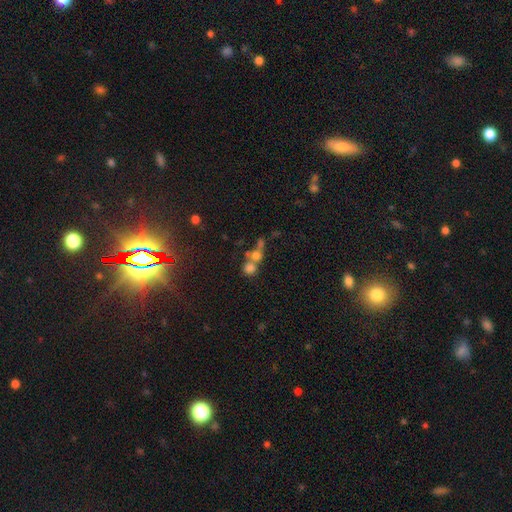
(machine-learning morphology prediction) smooth-or-featured: smooth: 65% | featured or disk: 18% | star or artifact: 16%
  how-rounded: round: 79% | in between: 19% | cigar-shaped: 2%
  merging: merger: 56% | none: 32% | minor disturbance: 7% | major disturbance: 6%